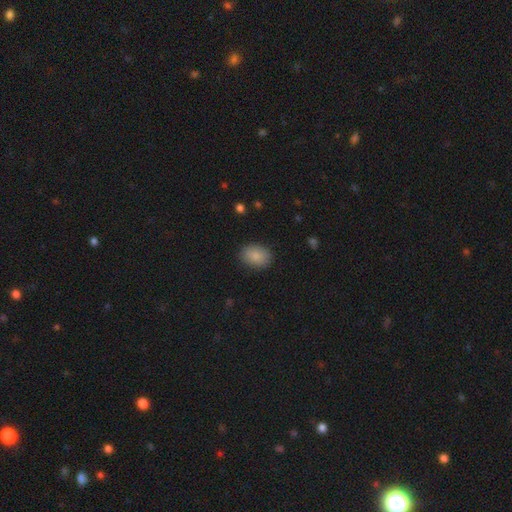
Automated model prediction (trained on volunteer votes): The model was most divided on "how rounded": in between: 75%, round: 24%, cigar-shaped: 1%. More confident: merging — none (87%); smooth or featured — smooth (87%).